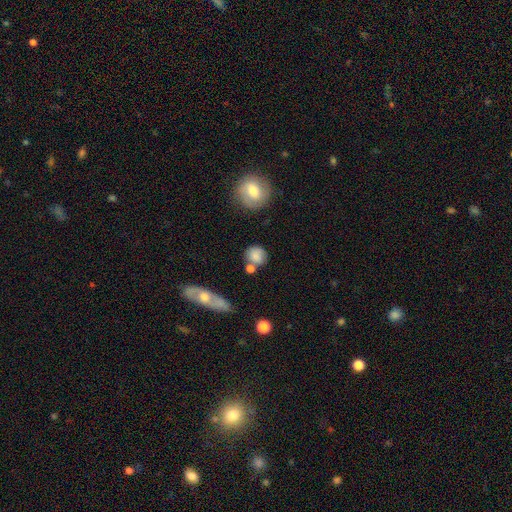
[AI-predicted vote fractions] smooth-or-featured: smooth: 77% | featured or disk: 14% | star or artifact: 9%
  how-rounded: round: 79% | in between: 19% | cigar-shaped: 2%
  merging: none: 63% | minor disturbance: 18% | merger: 13% | major disturbance: 6%